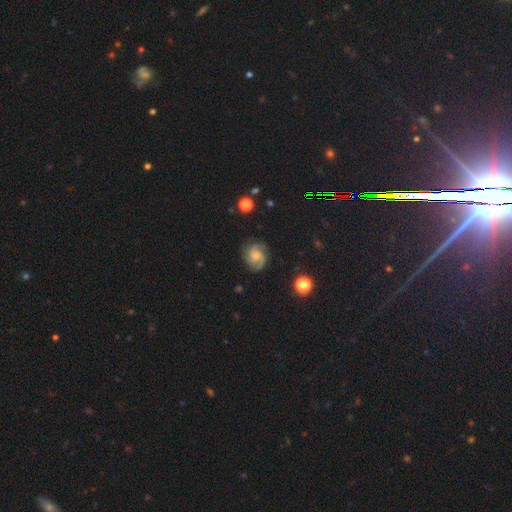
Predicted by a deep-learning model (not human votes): A featured or disk galaxy (83%) with no bar (64%), 2 (44%) medium (48%) spiral arms (98%) and a small central bulge (47%).

Vote fractions:
- Smooth or featured? featured or disk: 83% / smooth: 10% / star or artifact: 6%
- Edge-on disk? no: 98% / yes: 2%
- Bar? no: 64% / weak: 31% / strong: 5%
- Spiral arms? yes: 98% / no: 2%
- Spiral winding? medium: 48% / tight: 41% / loose: 11%
- Spiral arm count? 2: 44% / 3: 38% / can't tell: 7% / 4: 4% / 1: 3% / more than 4: 3%
- Bulge size? small: 47% / moderate: 30% / none: 17% / large: 5% / dominant: 1%
- Merging? none: 81% / minor disturbance: 13% / major disturbance: 5% / merger: 1%